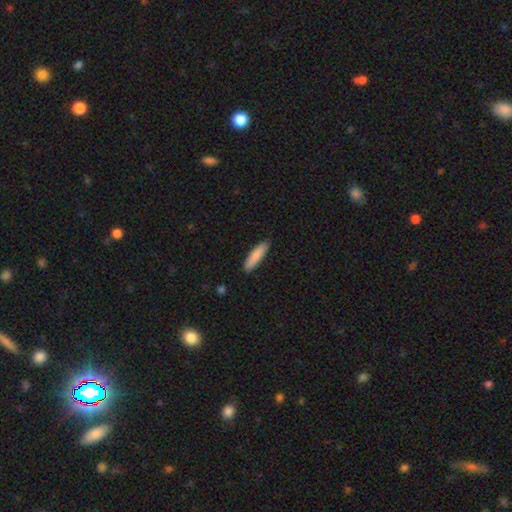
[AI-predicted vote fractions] Smooth or featured: smooth — 86% (featured or disk — 9%)
How rounded: cigar-shaped — 77% (in between — 22%)
Merging: none — 90% (minor disturbance — 8%)